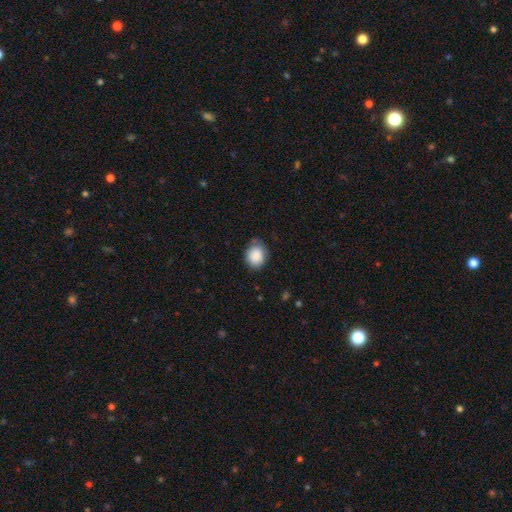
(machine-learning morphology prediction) A smooth galaxy with no disk features (88%) that is round (53%). Merging: none (72%).